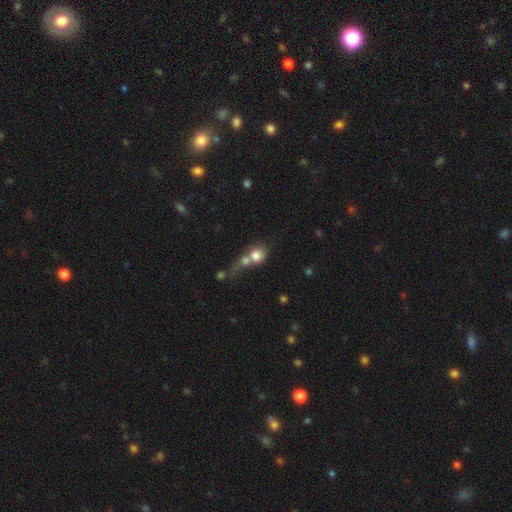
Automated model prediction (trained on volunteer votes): Smooth or featured: smooth — 75% (featured or disk — 16%)
How rounded: round — 73% (in between — 25%)
Merging: merger — 65% (none — 19%)